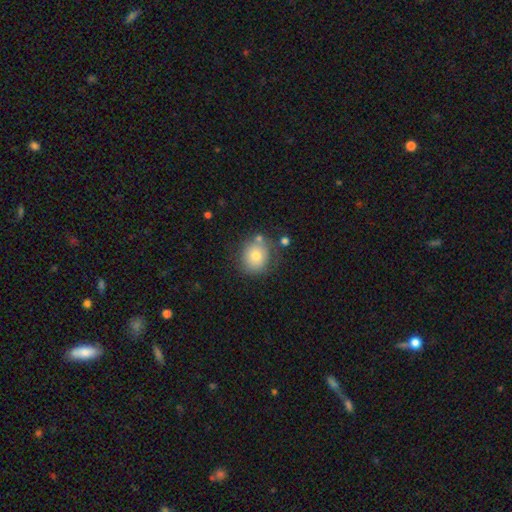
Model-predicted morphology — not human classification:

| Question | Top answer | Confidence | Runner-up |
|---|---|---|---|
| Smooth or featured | smooth | 74% | featured or disk (16%) |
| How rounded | round | 76% | in between (23%) |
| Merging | none | 71% | minor disturbance (16%) |